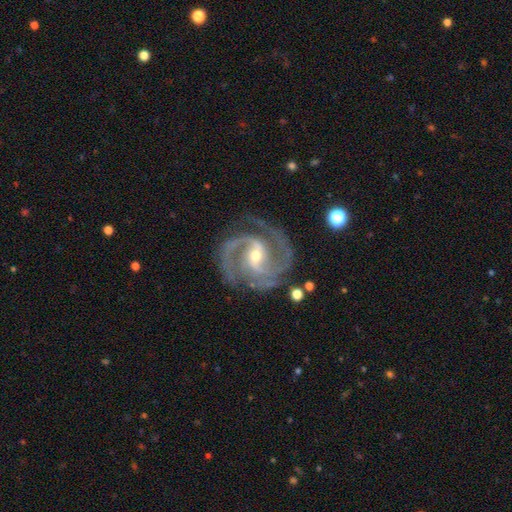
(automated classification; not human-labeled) Smooth or featured? featured or disk (93%)
Edge-on disk? no (98%)
Bar? weak (41%)
Spiral arms? yes (99%)
Spiral winding? medium (52%)
Spiral arm count? 2 (70%)
Bulge size? small (57%)
Merging? none (78%)